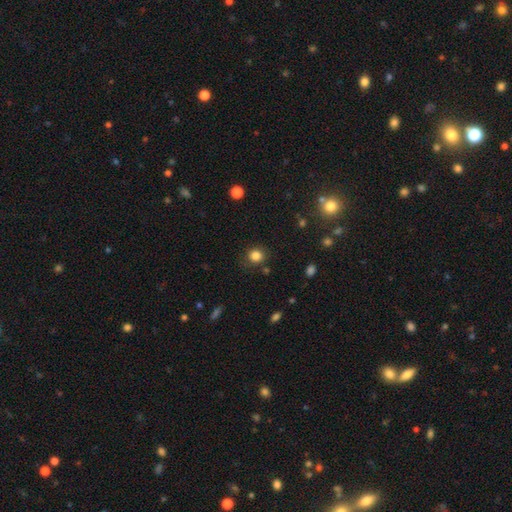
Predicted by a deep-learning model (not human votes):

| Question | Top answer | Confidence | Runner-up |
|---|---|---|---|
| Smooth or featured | smooth | 83% | star or artifact (12%) |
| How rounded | round | 85% | in between (14%) |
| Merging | none | 83% | minor disturbance (11%) |